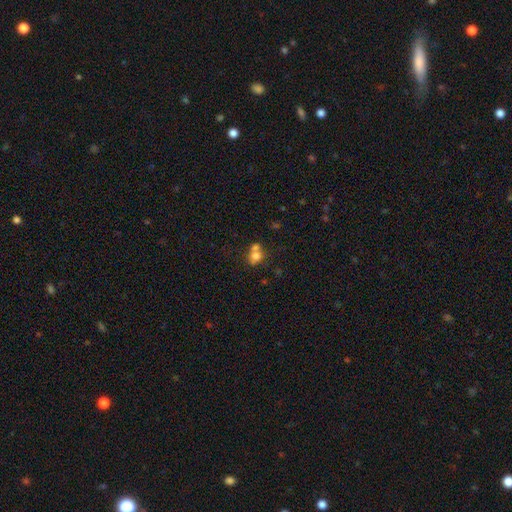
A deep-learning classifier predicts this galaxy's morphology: A smooth galaxy with no disk features (70%) that is round (64%). Merging: merger (51%).